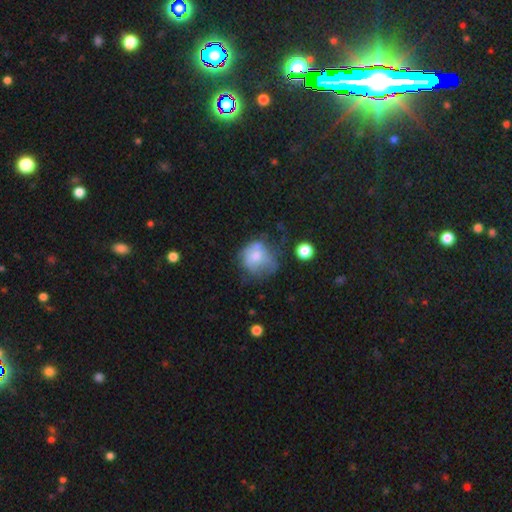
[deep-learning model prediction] smooth_or_featured: smooth (p=0.62) [alt: featured or disk p=0.29]
how_rounded: round (p=0.70) [alt: in between p=0.29]
merging: major disturbance (p=0.33) [alt: none p=0.31]